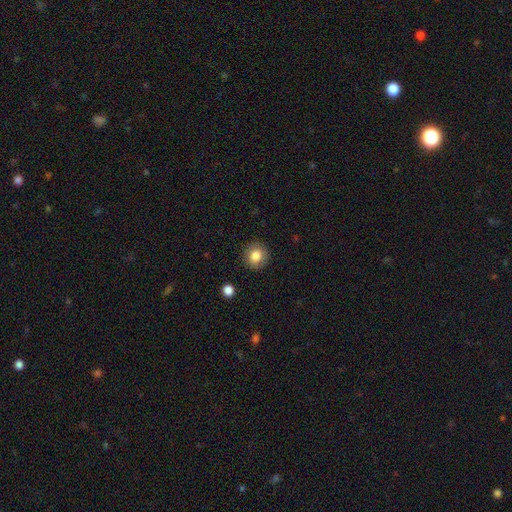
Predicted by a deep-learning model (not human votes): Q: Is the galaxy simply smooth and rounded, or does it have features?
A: smooth — 83%.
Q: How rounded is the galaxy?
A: round — 84%.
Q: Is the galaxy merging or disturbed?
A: none — 89%.